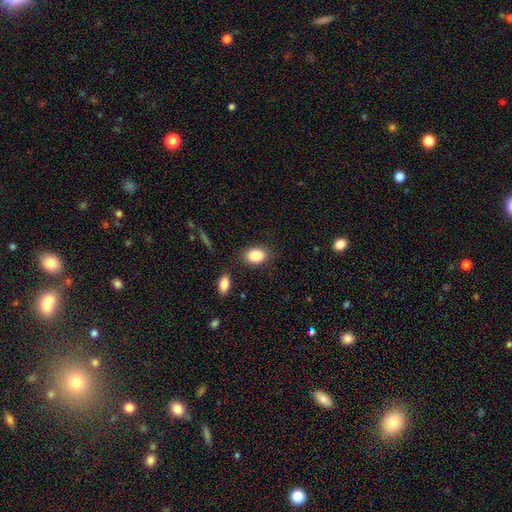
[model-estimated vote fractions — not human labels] smooth-or-featured: smooth: 84% | star or artifact: 8% | featured or disk: 7%
  how-rounded: in between: 77% | round: 22% | cigar-shaped: 1%
  merging: none: 80% | minor disturbance: 12% | merger: 5% | major disturbance: 4%